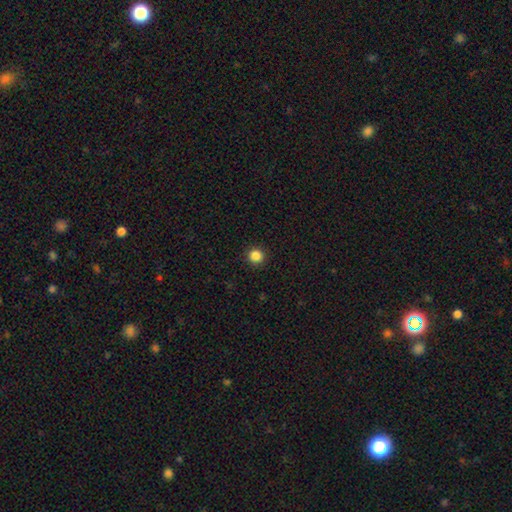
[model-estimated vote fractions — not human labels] Smooth or featured? Predicted: smooth (p=0.86). How rounded? Predicted: round (p=0.93). Merging? Predicted: none (p=0.92).